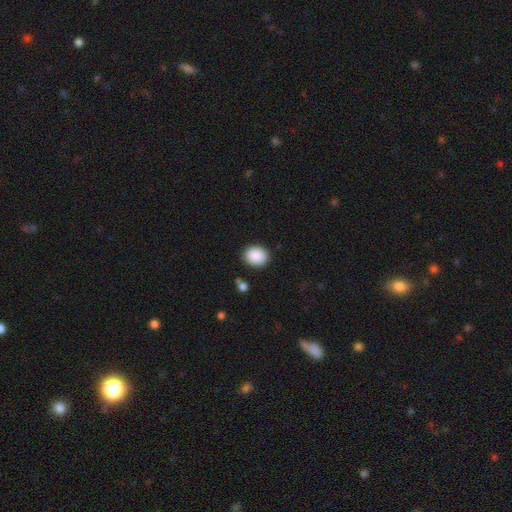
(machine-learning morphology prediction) Smooth or featured? Predicted: smooth (p=0.89). How rounded? Predicted: round (p=0.64). Merging? Predicted: none (p=0.87).